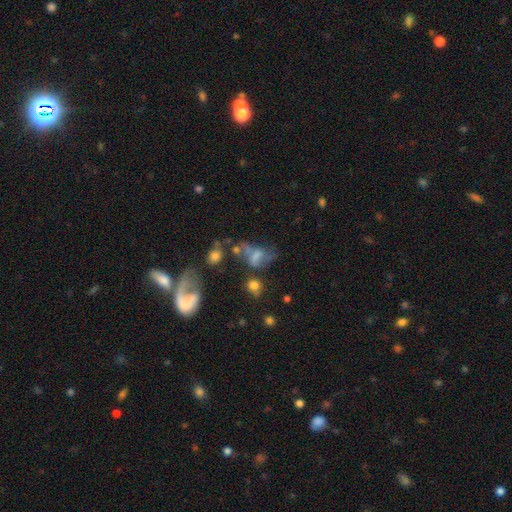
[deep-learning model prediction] smooth 46%, featured or disk 36%, star or artifact 18%. Down the decision tree: merging — major disturbance (35%).